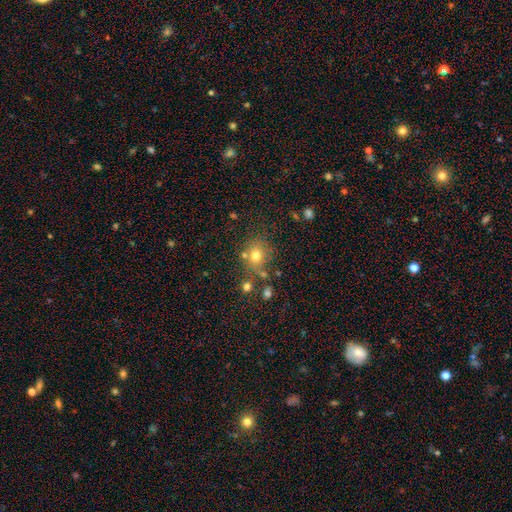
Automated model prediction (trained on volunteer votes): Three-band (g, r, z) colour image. It shows a smooth galaxy with no disk features (72%) that is round (75%). Merging: none (66%).